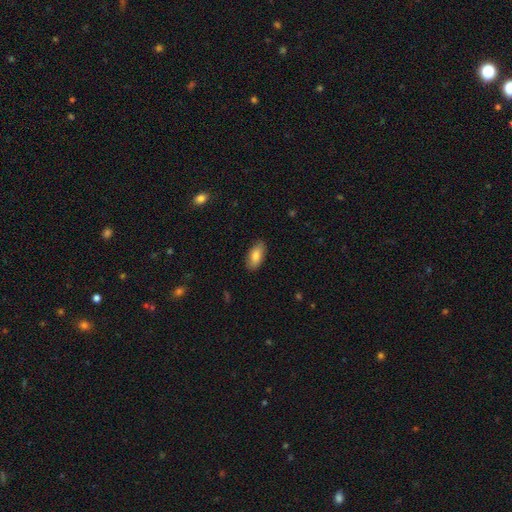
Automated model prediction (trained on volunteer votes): A smooth galaxy with no disk features (81%) that is in between round and cigar-shaped (91%).

Vote fractions:
- Smooth or featured? smooth: 81% / featured or disk: 13% / star or artifact: 7%
- How rounded? in between: 91% / cigar-shaped: 6% / round: 3%
- Merging? none: 86% / minor disturbance: 11% / major disturbance: 2% / merger: 1%